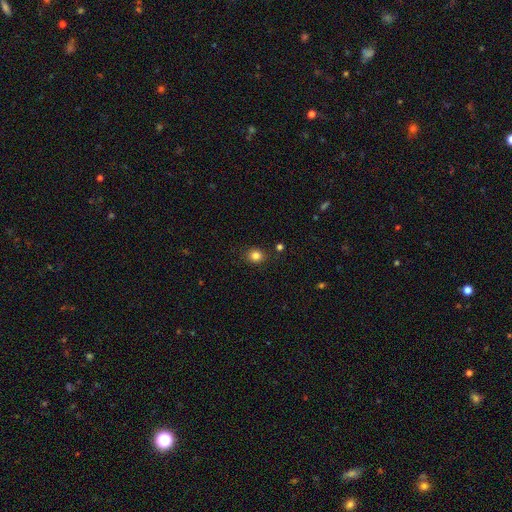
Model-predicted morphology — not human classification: smooth-or-featured: smooth: 82% | star or artifact: 12% | featured or disk: 5%
  how-rounded: round: 72% | in between: 27% | cigar-shaped: 1%
  merging: none: 85% | minor disturbance: 10% | major disturbance: 3% | merger: 2%